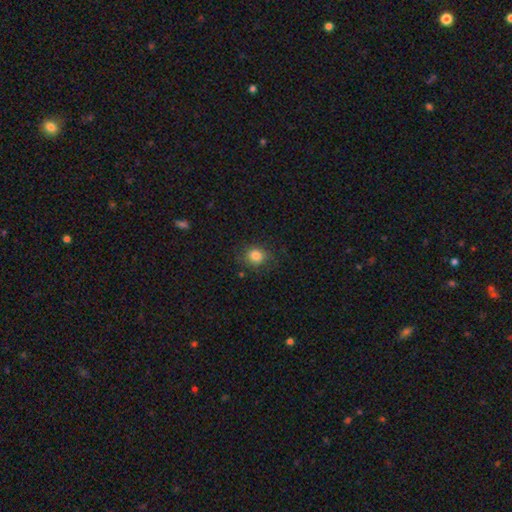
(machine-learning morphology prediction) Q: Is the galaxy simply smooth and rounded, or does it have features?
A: smooth — 82%.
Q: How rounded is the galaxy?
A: round — 67%.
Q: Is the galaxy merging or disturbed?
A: none — 77%.